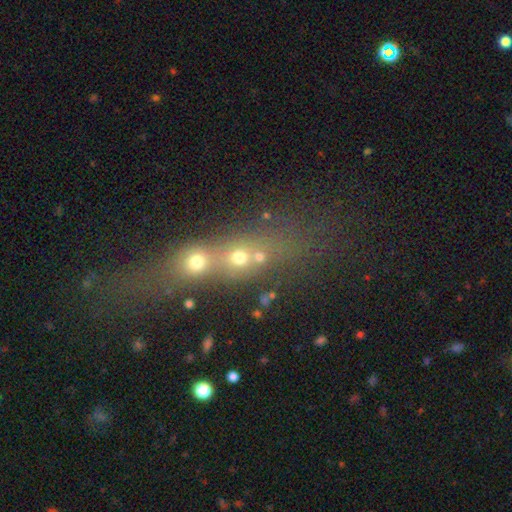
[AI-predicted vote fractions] This is possibly a smooth galaxy (46%). Merging: likely merger (67%).